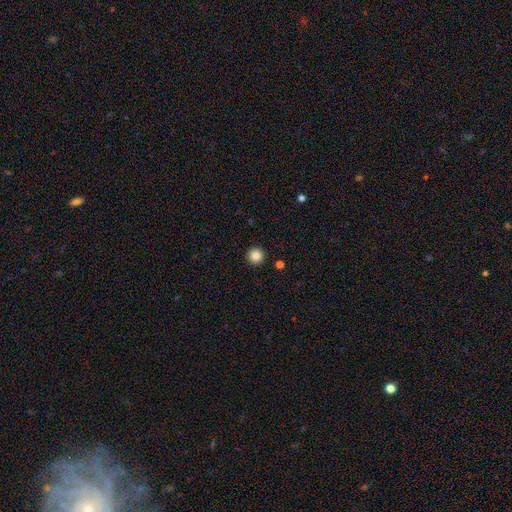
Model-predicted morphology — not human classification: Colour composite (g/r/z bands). It shows a smooth galaxy with no disk features (85%) that is round (96%). Merging: none (94%).